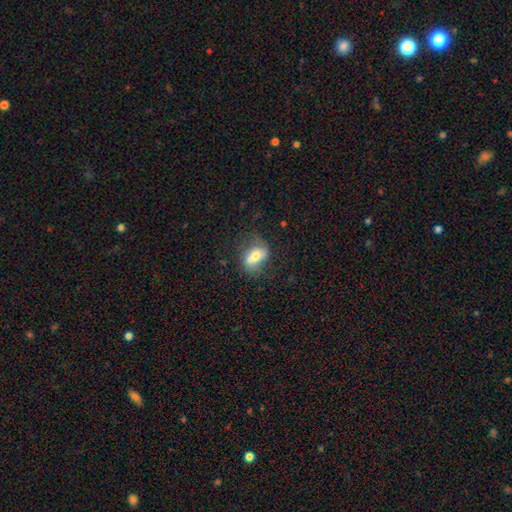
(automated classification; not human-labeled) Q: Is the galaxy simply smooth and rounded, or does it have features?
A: smooth — 56%.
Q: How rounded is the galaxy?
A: in between — 68%.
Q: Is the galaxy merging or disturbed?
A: none — 45%.